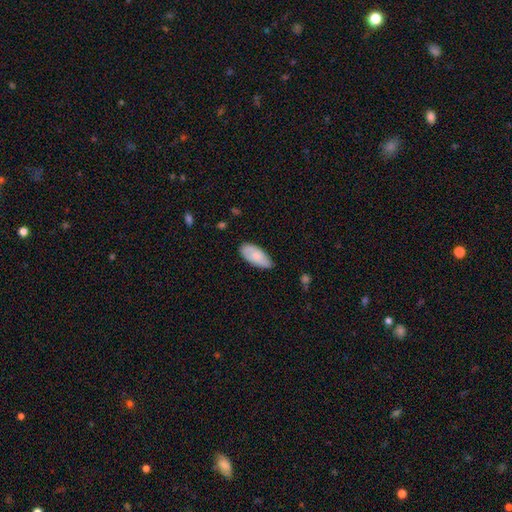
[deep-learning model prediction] Smooth or featured? smooth (73%)
How rounded? in between (91%)
Merging? none (73%)